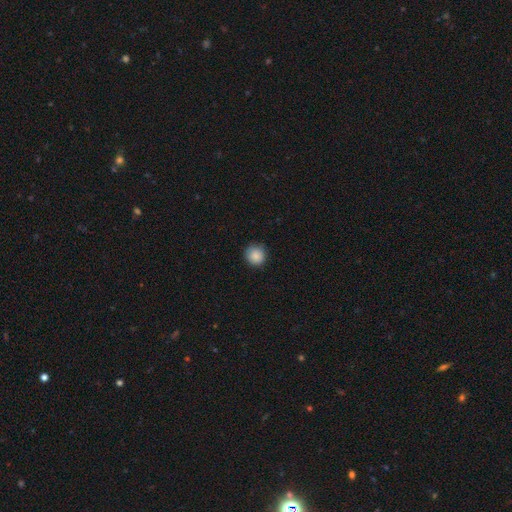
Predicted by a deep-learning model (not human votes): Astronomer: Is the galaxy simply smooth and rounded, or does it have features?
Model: smooth — 88%.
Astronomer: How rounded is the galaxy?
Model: round — 93%.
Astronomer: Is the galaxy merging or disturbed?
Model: none — 86%.